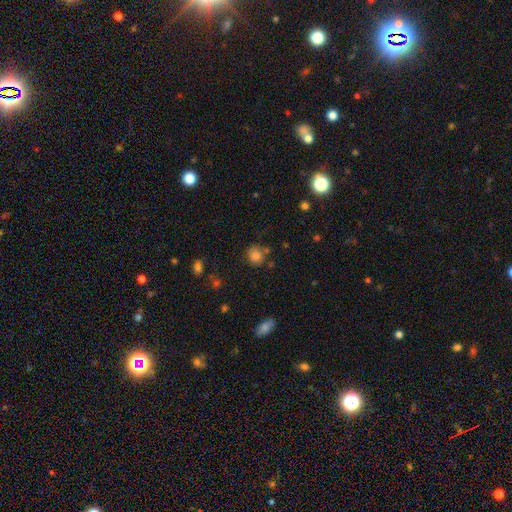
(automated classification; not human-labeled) smooth-or-featured: smooth: 80% | star or artifact: 13% | featured or disk: 7%
  how-rounded: round: 85% | in between: 14% | cigar-shaped: 1%
  merging: none: 76% | minor disturbance: 14% | merger: 6% | major disturbance: 4%